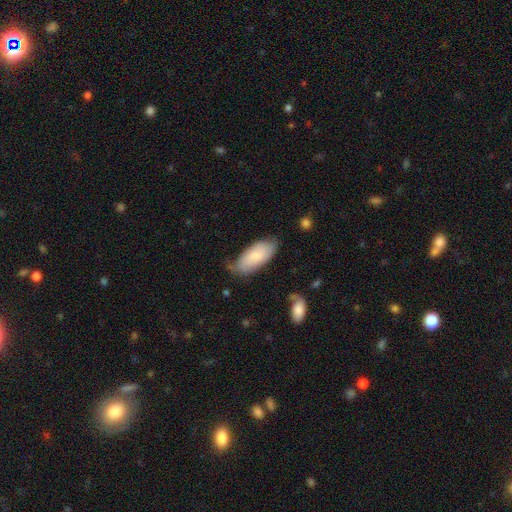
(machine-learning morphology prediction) Smooth or featured? smooth (75%)
How rounded? in between (88%)
Merging? none (62%)